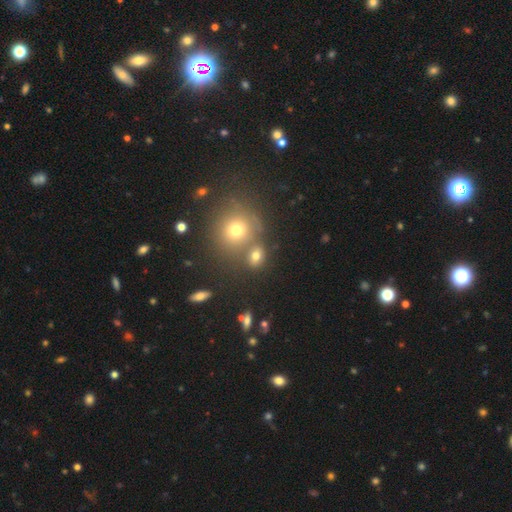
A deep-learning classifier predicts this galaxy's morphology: Smooth or featured: smooth — 72% (star or artifact — 16%)
How rounded: in between — 51% (round — 46%)
Merging: none — 60% (merger — 23%)